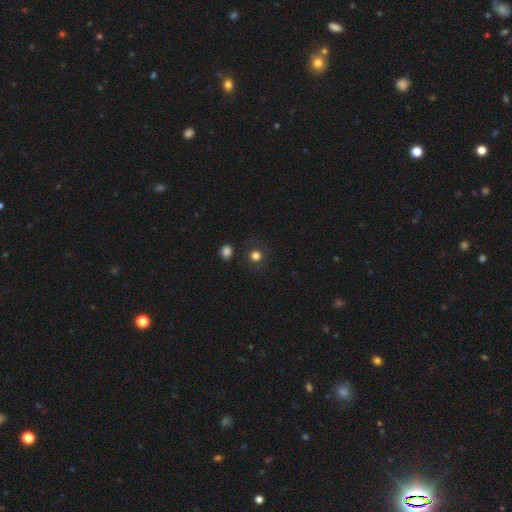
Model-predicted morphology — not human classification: The model was most divided on "smooth or featured": smooth: 78%, star or artifact: 16%, featured or disk: 6%. More confident: how rounded — round (89%); merging — none (85%).